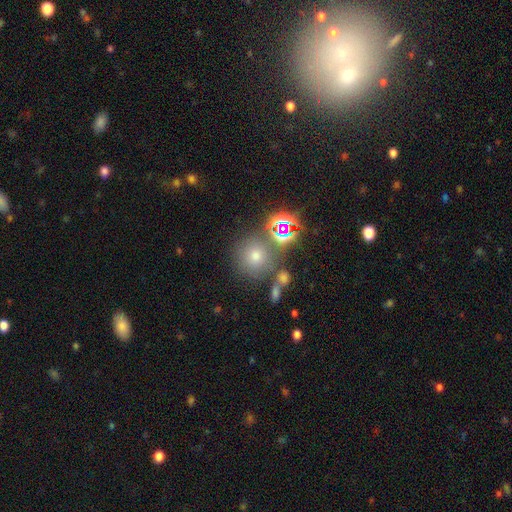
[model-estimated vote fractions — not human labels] Morphology: type=smooth (60%); roundness=round (92%); merging=none (72%).